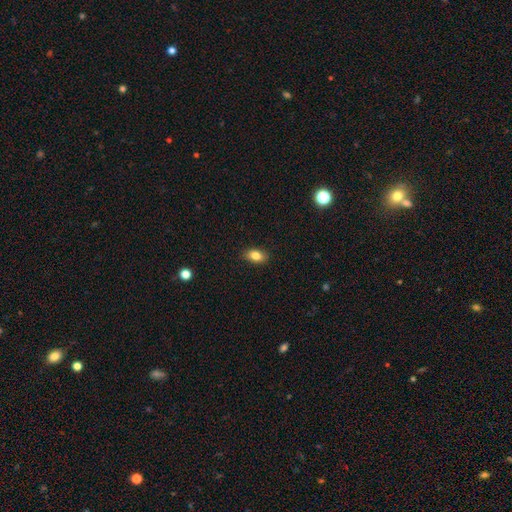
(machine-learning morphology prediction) A smooth galaxy with no disk features (83%) that is in between round and cigar-shaped (85%). Merging: none (89%).